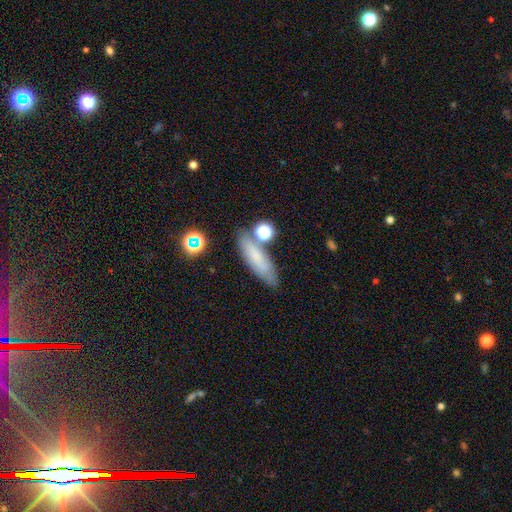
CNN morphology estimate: Smooth or featured: smooth — 65% (featured or disk — 22%)
How rounded: cigar-shaped — 56% (in between — 39%)
Merging: none — 66% (minor disturbance — 17%)